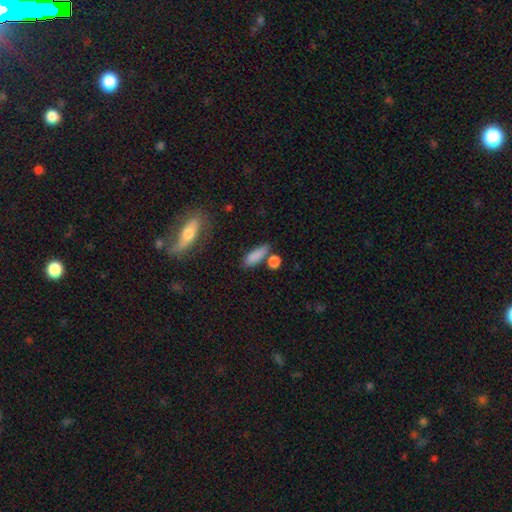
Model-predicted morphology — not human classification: Smooth or featured?
  - smooth: 85% *
  - star or artifact: 8%
  - featured or disk: 7%
How rounded?
  - in between: 58% *
  - cigar-shaped: 36%
  - round: 6%
Merging?
  - none: 65% *
  - minor disturbance: 16%
  - merger: 14%
  - major disturbance: 5%